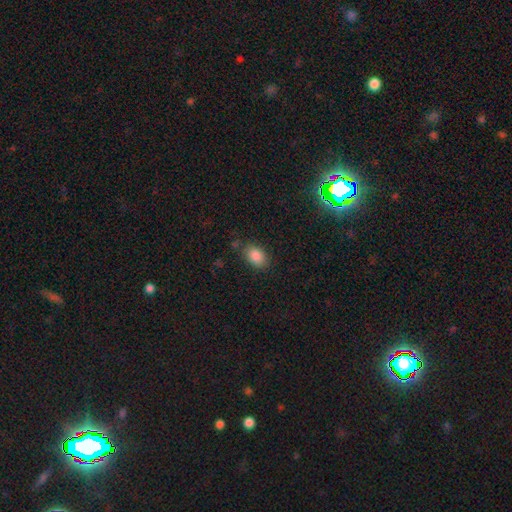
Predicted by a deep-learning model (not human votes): smooth-or-featured: smooth: 87% | star or artifact: 9% | featured or disk: 4%
  how-rounded: in between: 82% | round: 16% | cigar-shaped: 1%
  merging: none: 78% | minor disturbance: 15% | major disturbance: 4% | merger: 3%